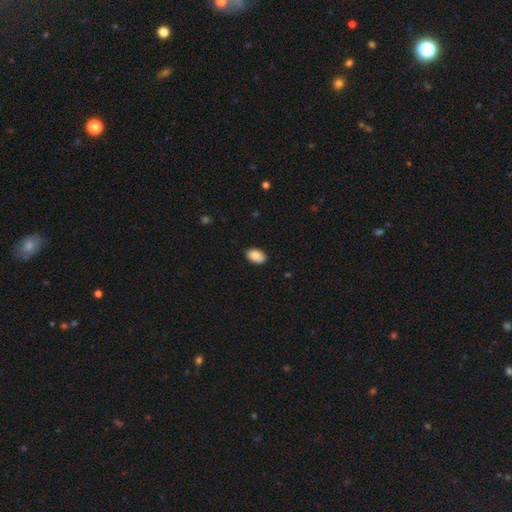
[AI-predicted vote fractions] Q: Smooth or featured?
A: smooth (87%); runner-up: star or artifact (7%)
Q: How rounded?
A: in between (91%); runner-up: round (8%)
Q: Merging?
A: none (87%); runner-up: minor disturbance (11%)